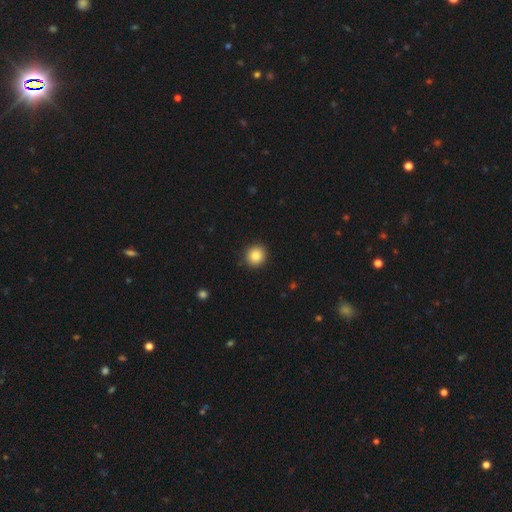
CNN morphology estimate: Smooth or featured? smooth (85%)
How rounded? round (91%)
Merging? none (91%)